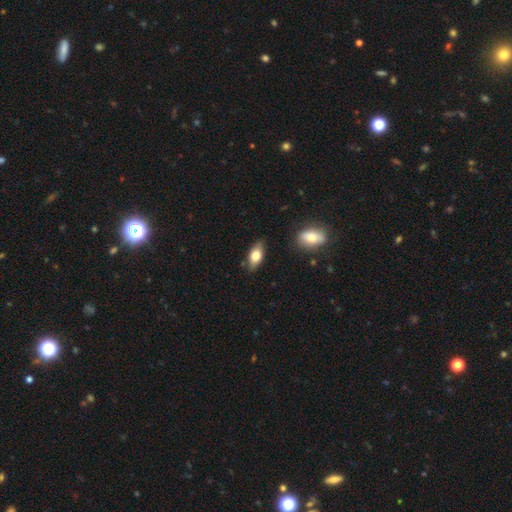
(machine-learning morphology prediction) A smooth galaxy with no disk features (73%) that is in between round and cigar-shaped (86%).

Vote fractions:
- Smooth or featured? smooth: 73% / featured or disk: 21% / star or artifact: 7%
- How rounded? in between: 86% / cigar-shaped: 10% / round: 4%
- Merging? none: 80% / minor disturbance: 15% / major disturbance: 3% / merger: 2%